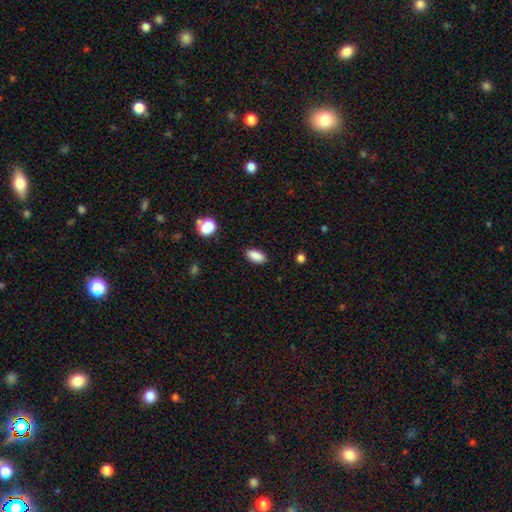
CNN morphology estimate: smooth 88%, star or artifact 8%, featured or disk 4%. Down the decision tree: how rounded — in between (90%); merging — none (87%).